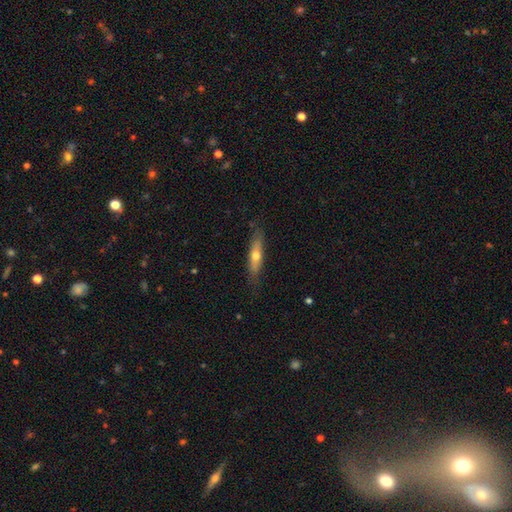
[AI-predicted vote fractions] This appears to be a smooth galaxy with no disk features (52%) that is cigar-shaped (76%). Merging: none (80%).